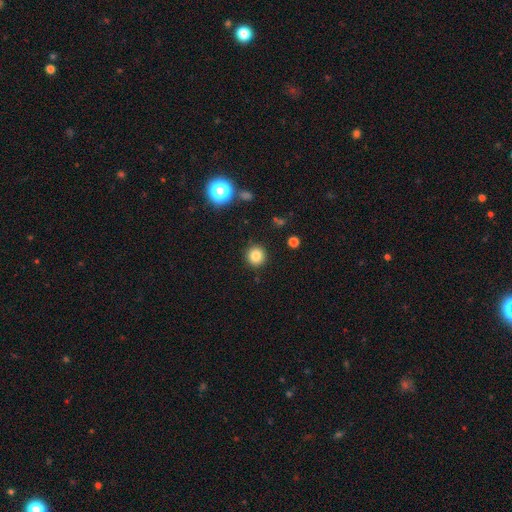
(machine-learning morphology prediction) This is clearly a smooth galaxy (83%). How rounded: clearly round (94%). Merging: clearly none (91%).